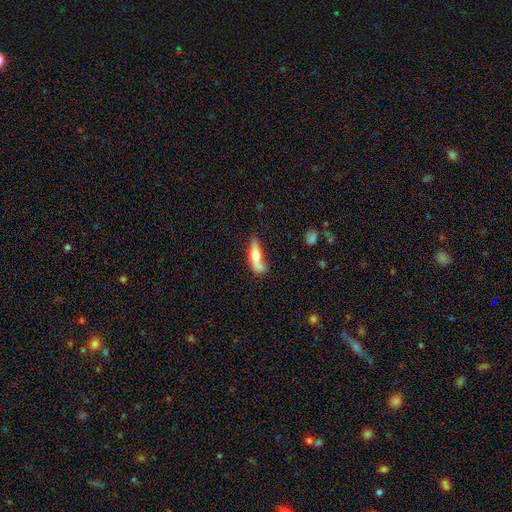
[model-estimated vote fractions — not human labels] The model was most divided on "merging": none: 40%, minor disturbance: 24%, merger: 22%, major disturbance: 14%. More confident: how rounded — cigar-shaped (62%); smooth or featured — smooth (57%).